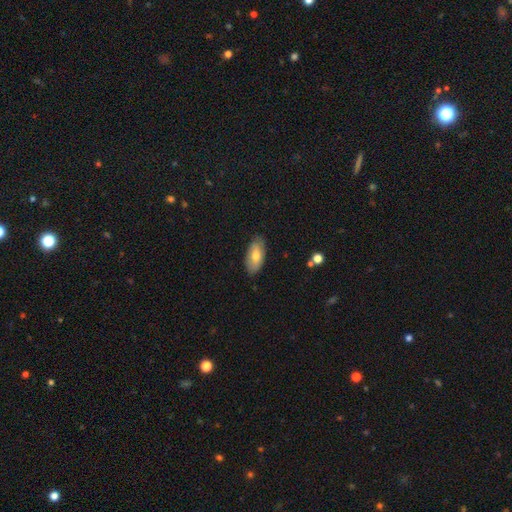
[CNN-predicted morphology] smooth-or-featured: smooth: 67% | featured or disk: 27% | star or artifact: 6%
  how-rounded: in between: 92% | cigar-shaped: 6% | round: 3%
  merging: none: 81% | minor disturbance: 15% | major disturbance: 2% | merger: 1%